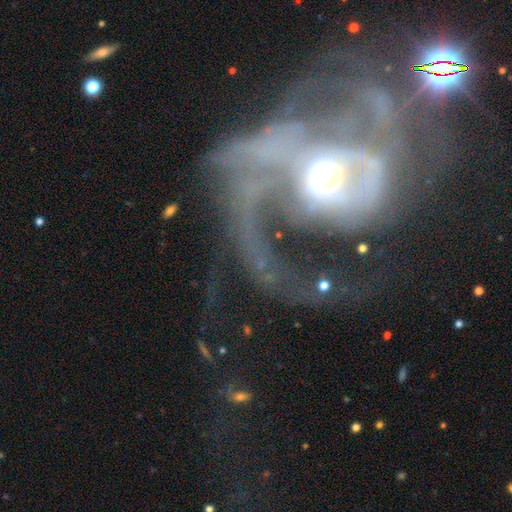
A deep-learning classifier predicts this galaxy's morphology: Smooth or featured? Predicted: featured or disk (p=0.80). Edge-on disk? Predicted: no (p=0.97). Bar? Predicted: no (p=0.68). Spiral arms? Predicted: yes (p=0.76). Spiral winding? Predicted: loose (p=0.44). Spiral arm count? Predicted: 2 (p=0.33). Bulge size? Predicted: moderate (p=0.54). Merging? Predicted: major disturbance (p=0.58).